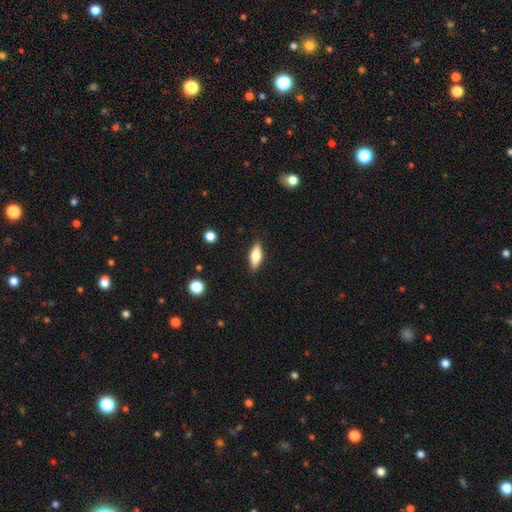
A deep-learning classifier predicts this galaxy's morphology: This appears to be a smooth galaxy with no disk features (68%) that is in between round and cigar-shaped (71%). Merging: none (87%).